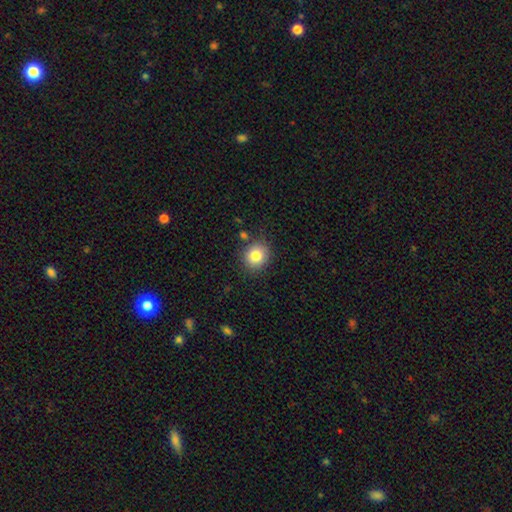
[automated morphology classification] This appears to be a smooth galaxy with no disk features (82%) that is round (78%). Merging: none (84%).